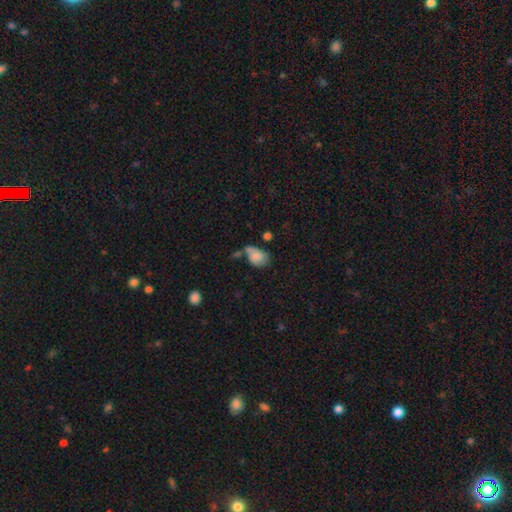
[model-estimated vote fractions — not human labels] Smooth or featured: smooth — 69% (featured or disk — 22%)
How rounded: in between — 79% (round — 19%)
Merging: none — 30% (minor disturbance — 26%)